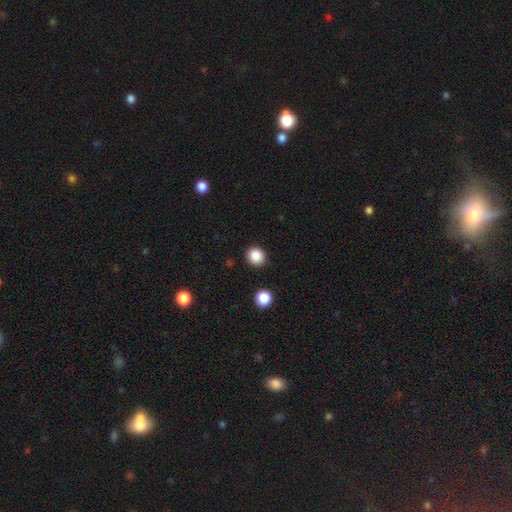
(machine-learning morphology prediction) type=smooth (87%); roundness=round (91%); merging=none (91%).